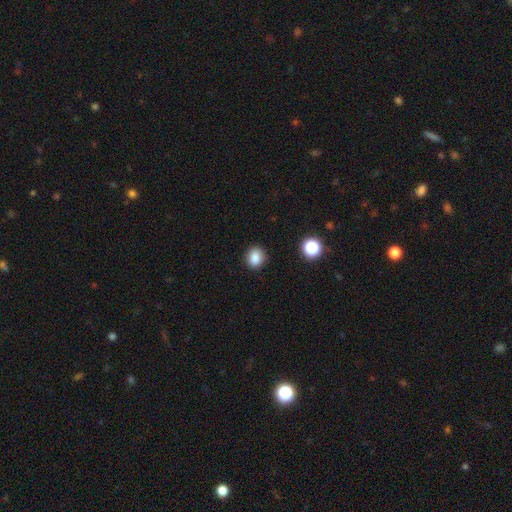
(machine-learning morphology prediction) A smooth galaxy with no disk features (85%) that is round (68%). Merging: none (88%).